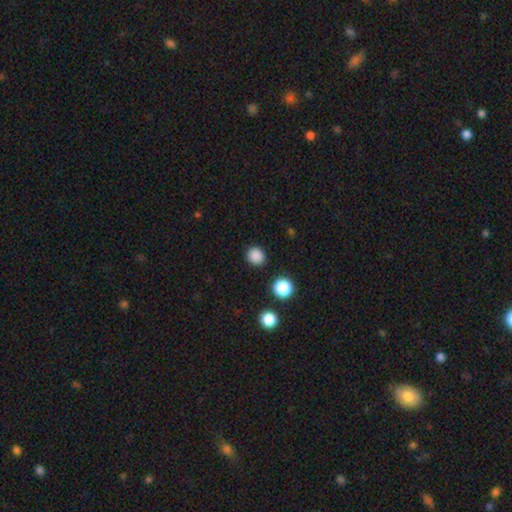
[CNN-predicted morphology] The model was most divided on "smooth or featured": smooth: 86%, star or artifact: 11%, featured or disk: 3%. More confident: merging — none (90%); how rounded — round (89%).